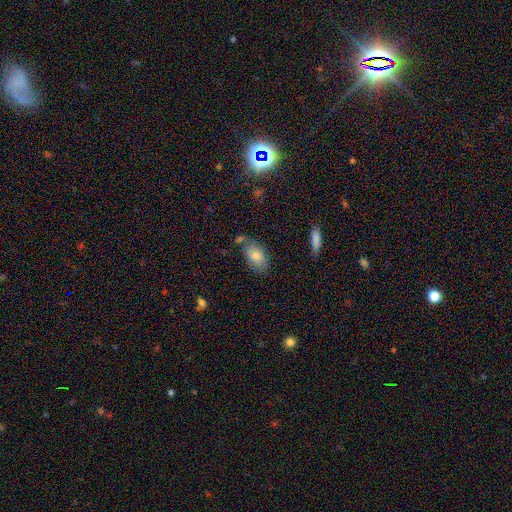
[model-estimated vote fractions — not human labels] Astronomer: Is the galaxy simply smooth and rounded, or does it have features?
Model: smooth — 78%.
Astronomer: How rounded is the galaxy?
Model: in between — 92%.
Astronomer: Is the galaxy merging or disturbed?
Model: none — 63%.